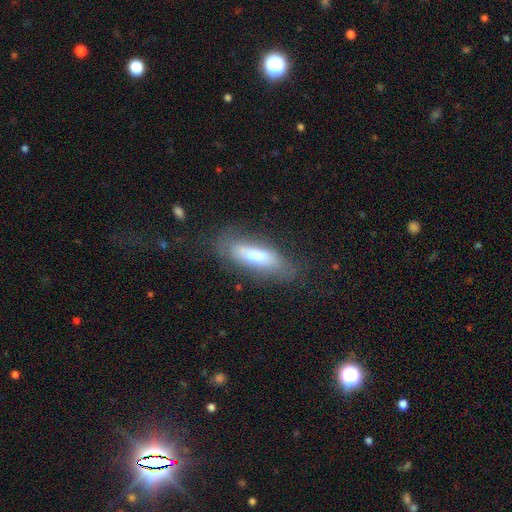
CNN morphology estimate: A smooth galaxy with no disk features (59%) that is in between round and cigar-shaped (57%).

Vote fractions:
- Smooth or featured? smooth: 59% / featured or disk: 33% / star or artifact: 8%
- How rounded? in between: 57% / cigar-shaped: 40% / round: 2%
- Merging? none: 67% / minor disturbance: 21% / major disturbance: 11% / merger: 2%